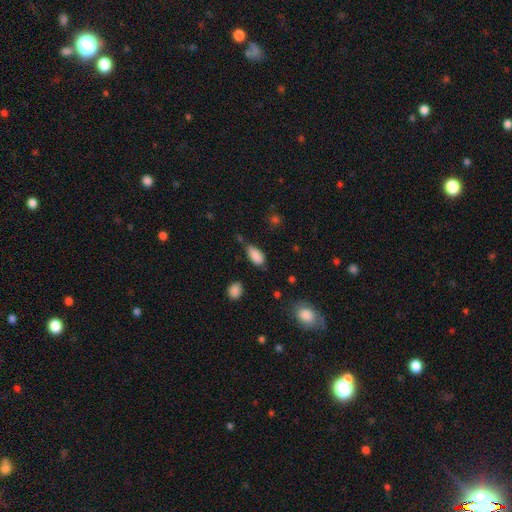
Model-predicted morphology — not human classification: Q: Smooth or featured?
A: smooth (87%); runner-up: star or artifact (8%)
Q: How rounded?
A: in between (91%); runner-up: cigar-shaped (6%)
Q: Merging?
A: none (60%); runner-up: minor disturbance (29%)